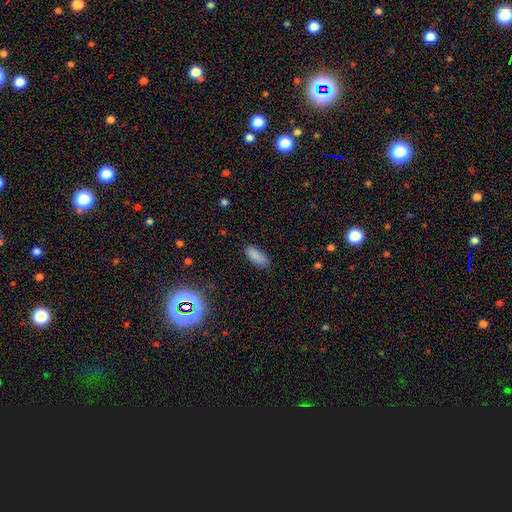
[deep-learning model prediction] Q: Smooth or featured?
A: smooth (86%); runner-up: star or artifact (10%)
Q: How rounded?
A: in between (82%); runner-up: cigar-shaped (16%)
Q: Merging?
A: none (80%); runner-up: minor disturbance (15%)